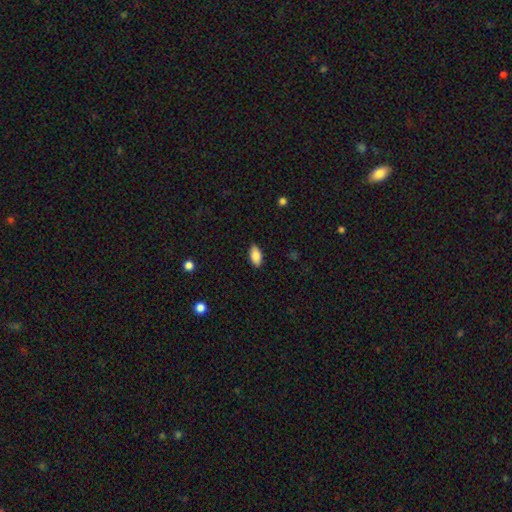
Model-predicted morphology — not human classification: smooth_or_featured: smooth (p=0.87) [alt: star or artifact p=0.07]
how_rounded: in between (p=0.92) [alt: cigar-shaped p=0.05]
merging: none (p=0.87) [alt: minor disturbance p=0.10]